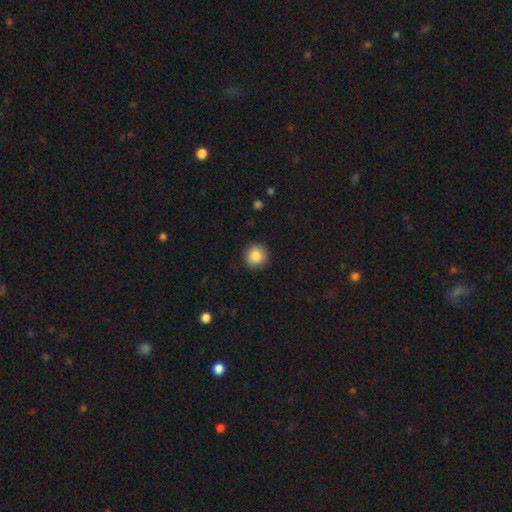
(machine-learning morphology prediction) Overall: smooth (87%). How rounded: round (92%). Merging: none (86%).